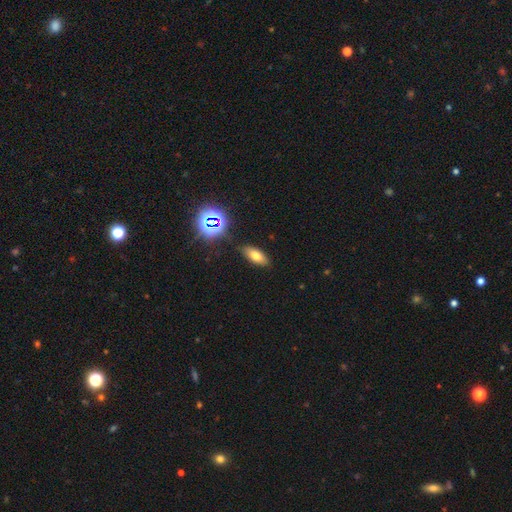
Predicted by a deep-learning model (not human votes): A smooth galaxy with no disk features (68%) that is in between round and cigar-shaped (81%).

Vote fractions:
- Smooth or featured? smooth: 68% / star or artifact: 17% / featured or disk: 15%
- How rounded? in between: 81% / cigar-shaped: 14% / round: 5%
- Merging? none: 84% / minor disturbance: 11% / major disturbance: 3% / merger: 2%